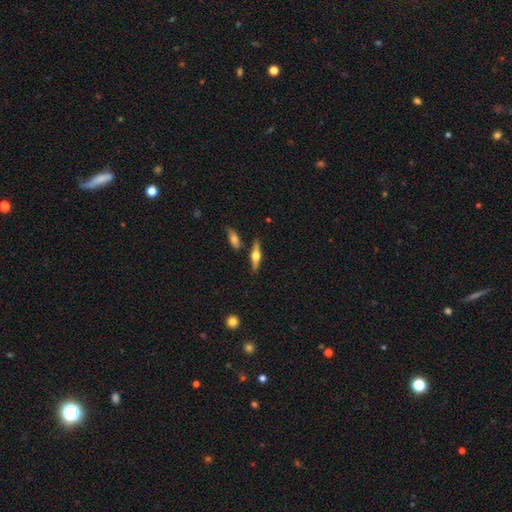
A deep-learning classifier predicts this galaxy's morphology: A featured or disk galaxy (65%) viewed edge-on (96%) with a rounded central bulge (93%).

Vote fractions:
- Smooth or featured? featured or disk: 65% / smooth: 28% / star or artifact: 6%
- Edge-on disk? yes: 96% / no: 4%
- Edge-on bulge? rounded: 93% / boxy: 5% / none: 2%
- Merging? none: 81% / minor disturbance: 10% / merger: 7% / major disturbance: 3%